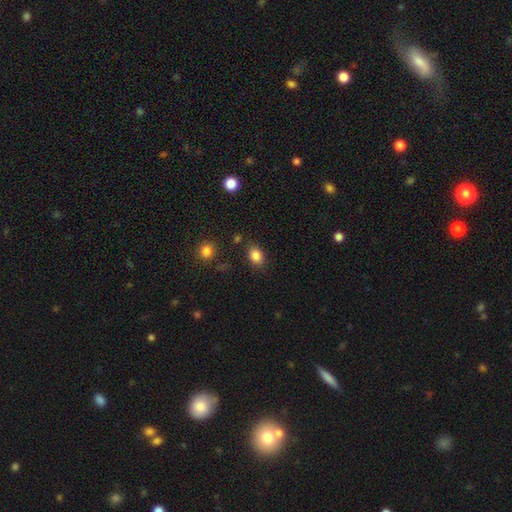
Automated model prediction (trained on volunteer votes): The model was most divided on "how rounded": in between: 67%, round: 32%, cigar-shaped: 1%. More confident: smooth or featured — smooth (85%); merging — none (82%).